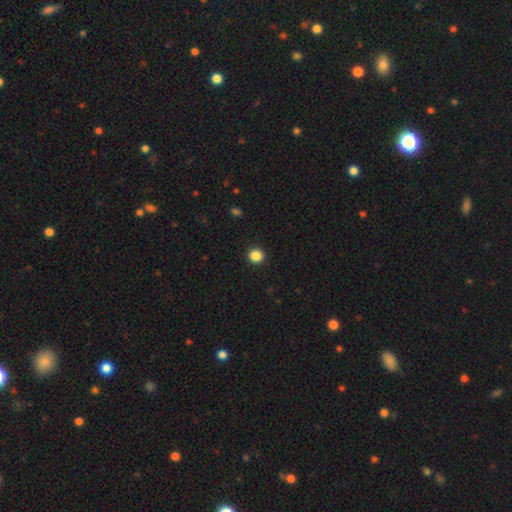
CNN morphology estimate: smooth 87%, star or artifact 10%, featured or disk 3%. Down the decision tree: how rounded — round (93%); merging — none (93%).